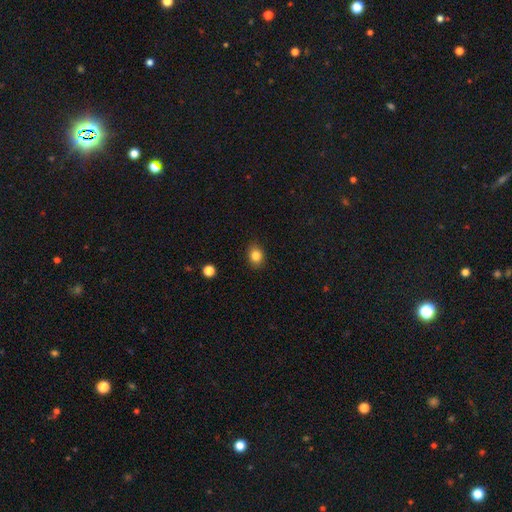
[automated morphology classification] type=smooth (84%); roundness=in between (53%); merging=none (86%).